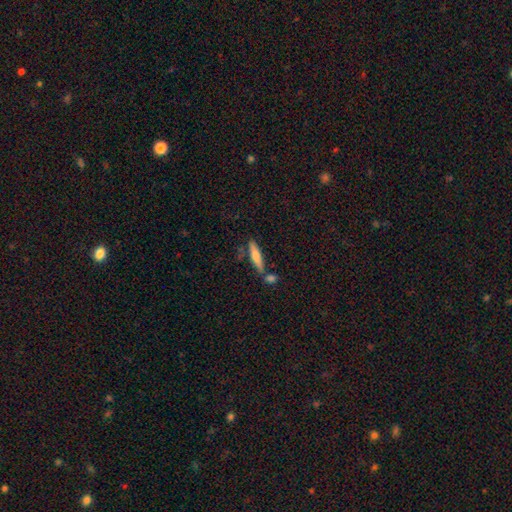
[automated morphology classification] A smooth galaxy with no disk features (64%) that is cigar-shaped (82%).

Vote fractions:
- Smooth or featured? smooth: 64% / featured or disk: 30% / star or artifact: 6%
- How rounded? cigar-shaped: 82% / in between: 16% / round: 2%
- Merging? none: 71% / merger: 13% / minor disturbance: 13% / major disturbance: 3%